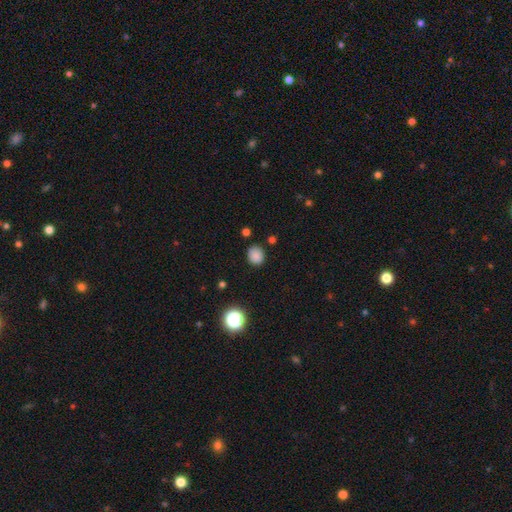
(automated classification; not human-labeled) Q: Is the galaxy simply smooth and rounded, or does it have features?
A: smooth — 83%.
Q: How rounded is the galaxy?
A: round — 65%.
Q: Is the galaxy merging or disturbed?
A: none — 82%.